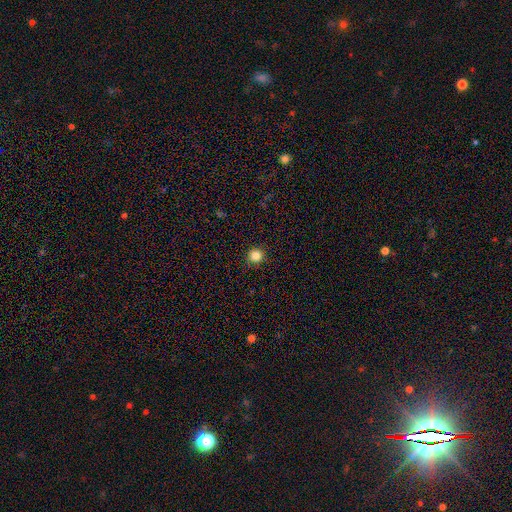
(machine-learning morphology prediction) type=smooth (85%); roundness=round (94%); merging=none (92%).